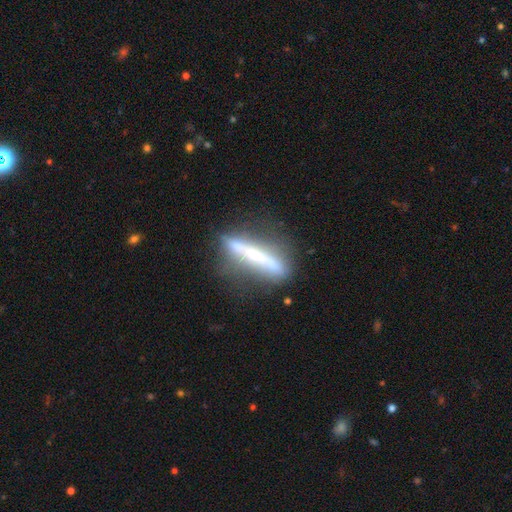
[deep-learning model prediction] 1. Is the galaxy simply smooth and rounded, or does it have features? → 61% featured or disk, 31% smooth, 8% star or artifact.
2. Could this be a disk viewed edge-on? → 76% yes, 24% no.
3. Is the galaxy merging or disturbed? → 70% none, 17% minor disturbance, 8% major disturbance, 5% merger.